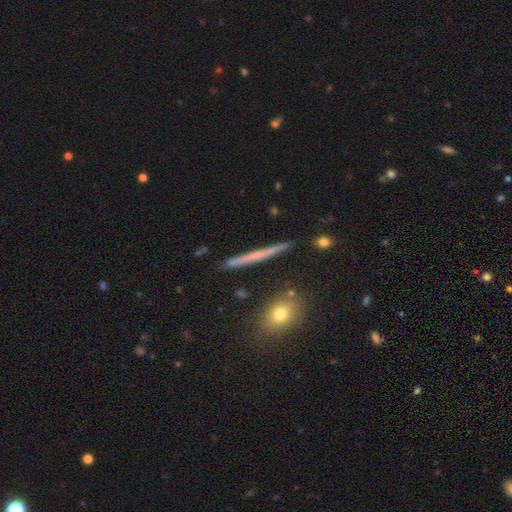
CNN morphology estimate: featured or disk 51%, smooth 40%, star or artifact 9%. Down the decision tree: edge-on disk — yes (96%); merging — none (89%).